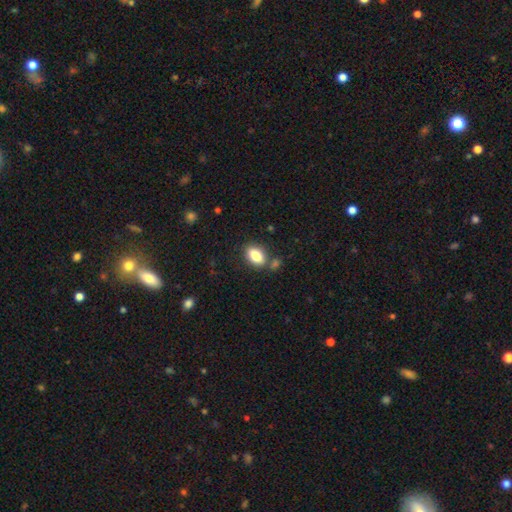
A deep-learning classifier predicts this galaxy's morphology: Smooth or featured: smooth — 84% (star or artifact — 8%)
How rounded: in between — 88% (round — 10%)
Merging: none — 74% (minor disturbance — 12%)